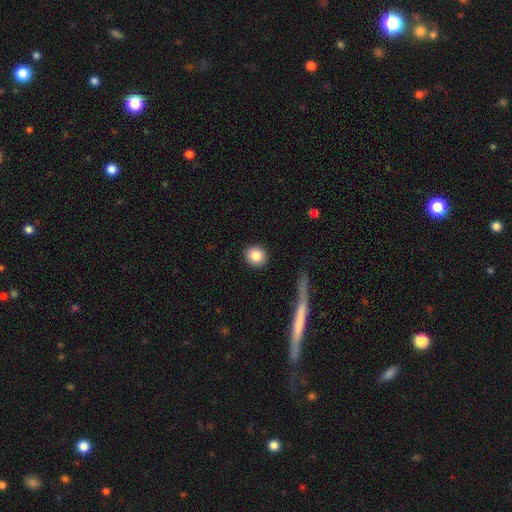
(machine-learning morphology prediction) A smooth galaxy with no disk features (85%) that is round (86%). Merging: none (91%).